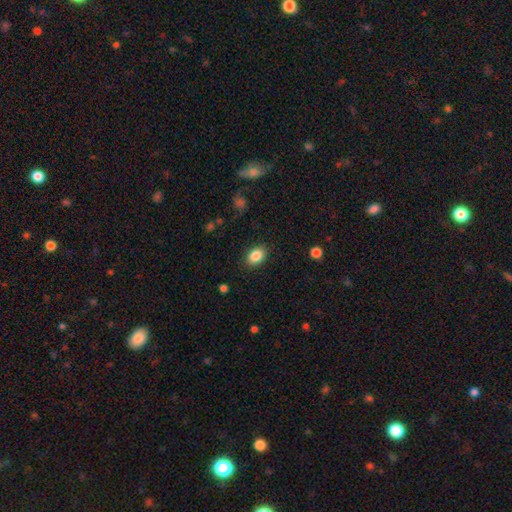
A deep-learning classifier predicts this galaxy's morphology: Q: Smooth or featured?
A: smooth (86%); runner-up: star or artifact (8%)
Q: How rounded?
A: in between (79%); runner-up: round (20%)
Q: Merging?
A: none (87%); runner-up: minor disturbance (9%)